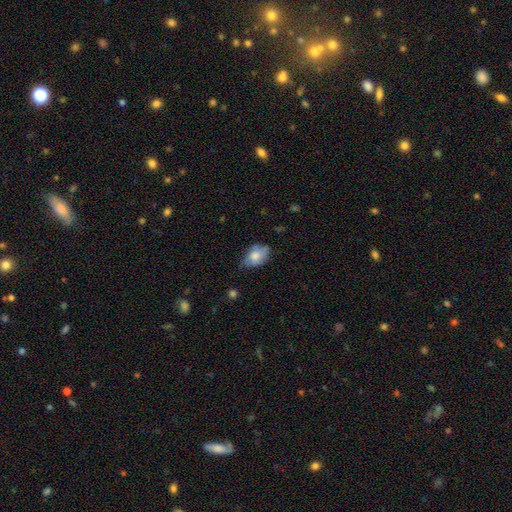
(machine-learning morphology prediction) smooth-or-featured: smooth: 74% | featured or disk: 19% | star or artifact: 7%
  how-rounded: in between: 86% | round: 12% | cigar-shaped: 2%
  merging: none: 54% | minor disturbance: 36% | major disturbance: 8% | merger: 2%